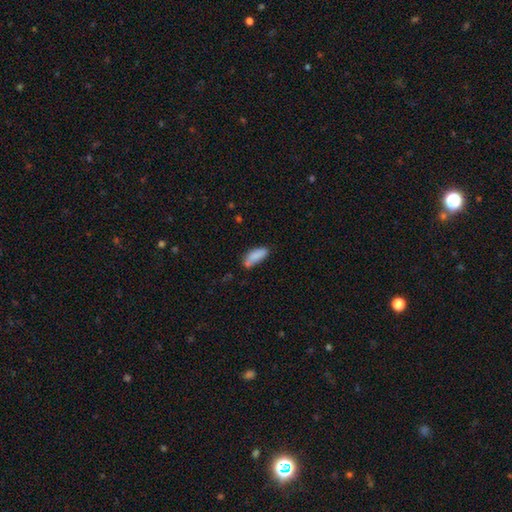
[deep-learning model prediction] A smooth galaxy with no disk features (85%) that is in between round and cigar-shaped (69%).

Vote fractions:
- Smooth or featured? smooth: 85% / featured or disk: 8% / star or artifact: 8%
- How rounded? in between: 69% / cigar-shaped: 29% / round: 2%
- Merging? none: 57% / minor disturbance: 28% / merger: 9% / major disturbance: 6%